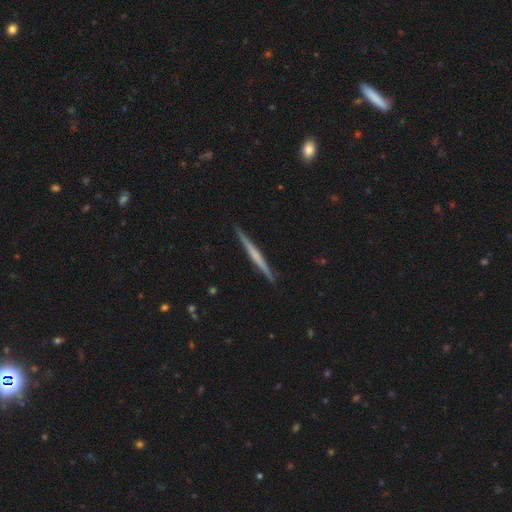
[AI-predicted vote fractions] Smooth or featured?
  - featured or disk: 61% *
  - smooth: 34%
  - star or artifact: 5%
Edge-on disk?
  - yes: 98% *
  - no: 2%
Edge-on bulge?
  - none: 70% *
  - rounded: 20%
  - boxy: 10%
Merging?
  - none: 92% *
  - minor disturbance: 6%
  - major disturbance: 1%
  - merger: 1%